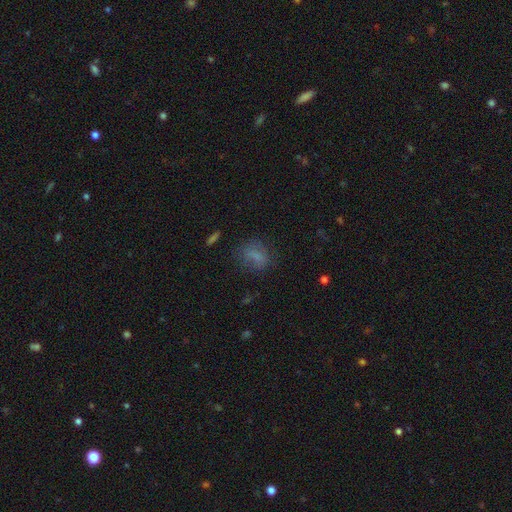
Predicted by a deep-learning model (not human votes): A smooth galaxy with no disk features (72%) that is in between round and cigar-shaped (55%).

Vote fractions:
- Smooth or featured? smooth: 72% / star or artifact: 14% / featured or disk: 14%
- How rounded? in between: 55% / round: 40% / cigar-shaped: 5%
- Merging? none: 68% / minor disturbance: 19% / major disturbance: 10% / merger: 3%